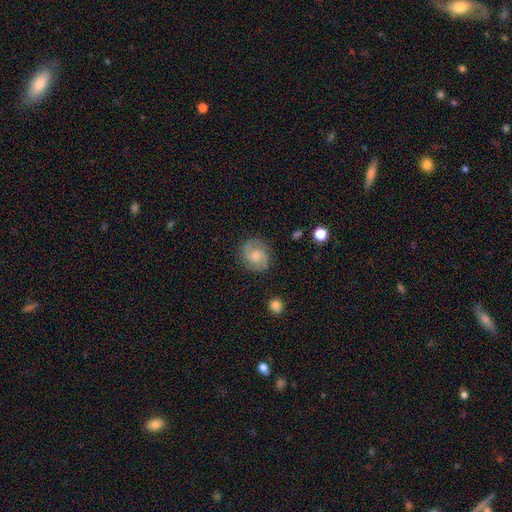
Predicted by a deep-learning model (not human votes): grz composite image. It shows a featured or disk galaxy (73%) with no bar (57%), 2 (88%) medium (50%) spiral arms (96%) and a moderate central bulge (43%). Merging: none (82%).